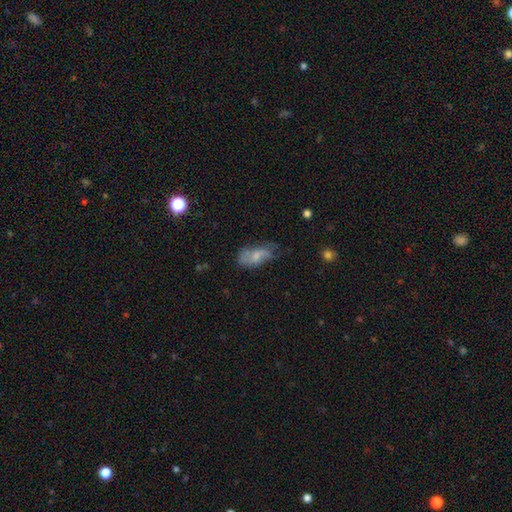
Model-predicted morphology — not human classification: type=smooth (50%); merging=none (45%).